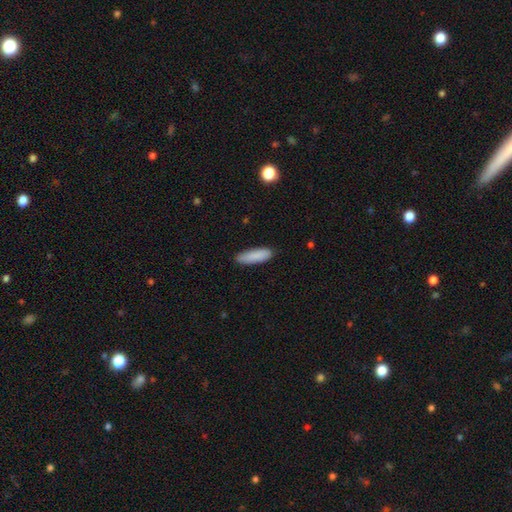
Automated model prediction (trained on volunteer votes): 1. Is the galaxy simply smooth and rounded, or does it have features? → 88% smooth, 6% star or artifact, 6% featured or disk.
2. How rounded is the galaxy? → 54% cigar-shaped, 45% in between, 1% round.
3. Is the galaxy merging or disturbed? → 86% none, 11% minor disturbance, 2% major disturbance, 1% merger.